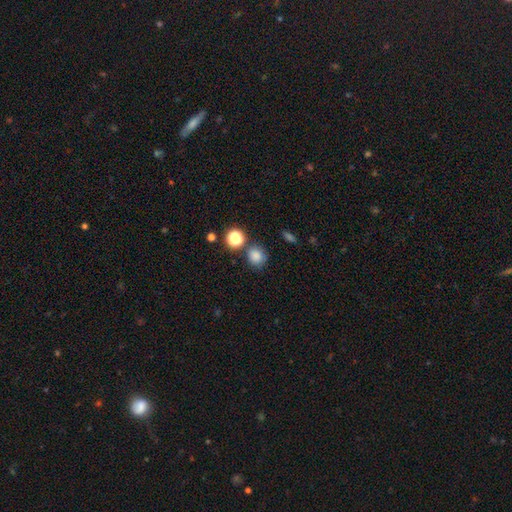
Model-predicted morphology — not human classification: smooth_or_featured: smooth (p=0.81) [alt: star or artifact p=0.14]
how_rounded: round (p=0.84) [alt: in between p=0.15]
merging: none (p=0.74) [alt: minor disturbance p=0.12]